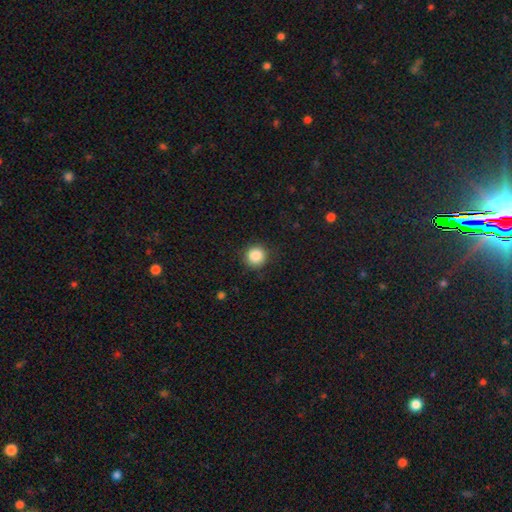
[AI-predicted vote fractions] smooth-or-featured: smooth: 86% | star or artifact: 10% | featured or disk: 4%
  how-rounded: round: 94% | in between: 5% | cigar-shaped: 1%
  merging: none: 89% | minor disturbance: 7% | major disturbance: 2% | merger: 1%